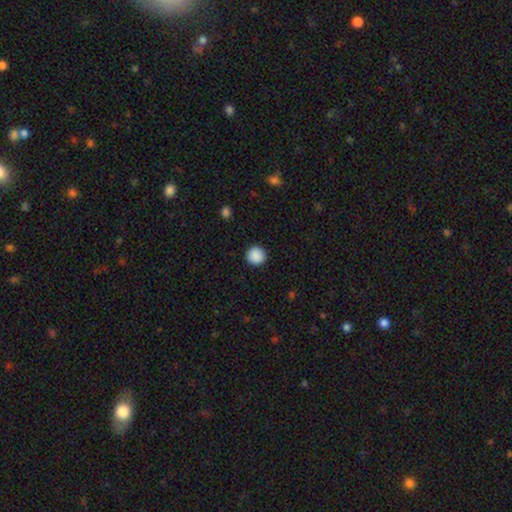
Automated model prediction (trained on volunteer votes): The model was most divided on "smooth or featured": smooth: 89%, star or artifact: 8%, featured or disk: 2%. More confident: how rounded — round (95%); merging — none (92%).